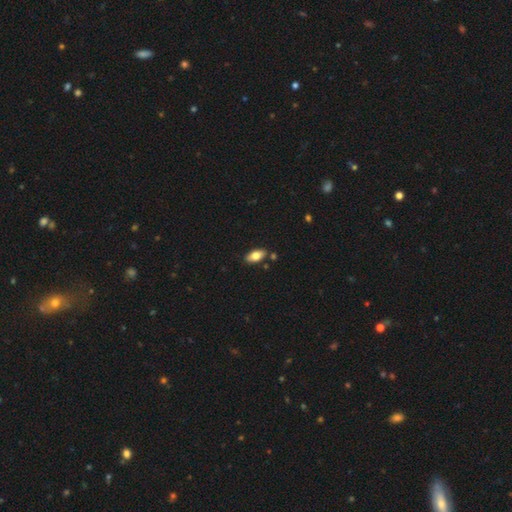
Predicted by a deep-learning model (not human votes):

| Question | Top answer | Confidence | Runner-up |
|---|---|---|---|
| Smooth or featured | smooth | 78% | featured or disk (16%) |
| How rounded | in between | 91% | cigar-shaped (7%) |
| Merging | none | 84% | minor disturbance (10%) |